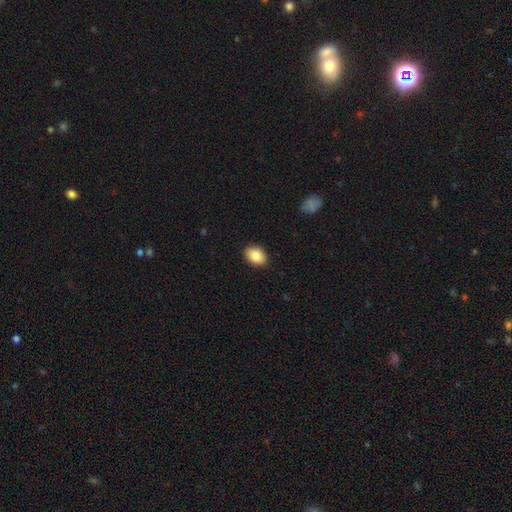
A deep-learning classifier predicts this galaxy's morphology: smooth-or-featured: smooth: 86% | star or artifact: 7% | featured or disk: 6%
  how-rounded: in between: 78% | round: 21% | cigar-shaped: 1%
  merging: none: 89% | minor disturbance: 8% | major disturbance: 2% | merger: 1%